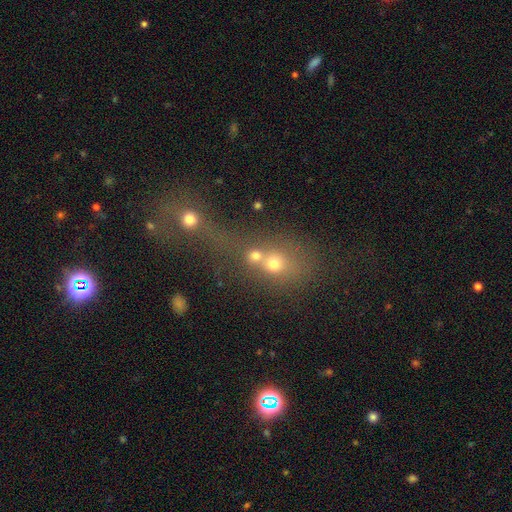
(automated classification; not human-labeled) smooth_or_featured: smooth (p=0.63) [alt: star or artifact p=0.21]
how_rounded: round (p=0.72) [alt: in between p=0.24]
merging: merger (p=0.57) [alt: none p=0.28]